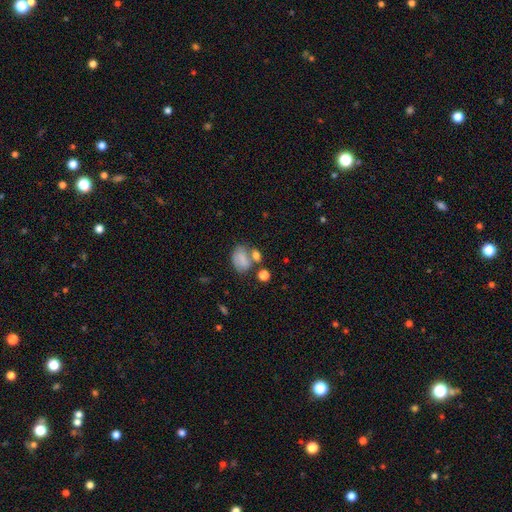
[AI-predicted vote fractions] Overall: smooth (75%). How rounded: in between (72%). Merging: none (41%; merger 32%).